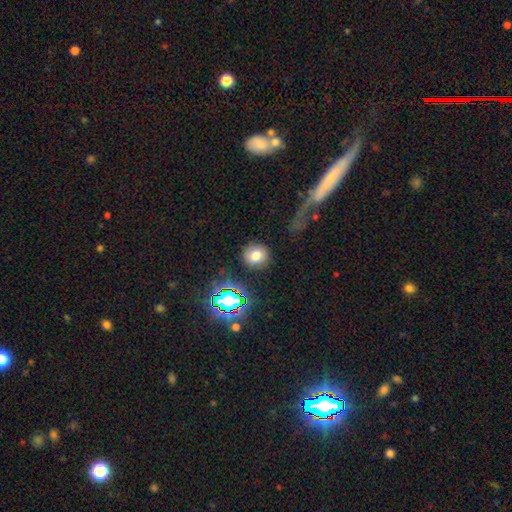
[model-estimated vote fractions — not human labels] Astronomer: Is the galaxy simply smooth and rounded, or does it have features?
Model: smooth — 75%.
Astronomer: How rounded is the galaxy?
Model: round — 85%.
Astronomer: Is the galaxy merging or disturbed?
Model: none — 85%.